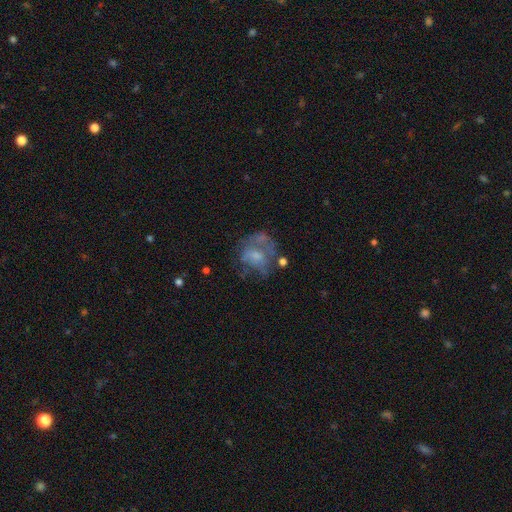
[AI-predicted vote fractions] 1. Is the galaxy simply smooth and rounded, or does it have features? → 53% featured or disk, 36% smooth, 12% star or artifact.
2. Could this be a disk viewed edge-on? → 98% no, 2% yes.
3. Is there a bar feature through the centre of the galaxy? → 73% no, 23% weak, 4% strong.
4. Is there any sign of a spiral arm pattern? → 69% no, 31% yes.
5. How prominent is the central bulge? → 39% small, 31% moderate, 26% none, 4% large, 1% dominant.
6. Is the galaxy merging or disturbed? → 37% none, 34% major disturbance, 21% minor disturbance, 8% merger.